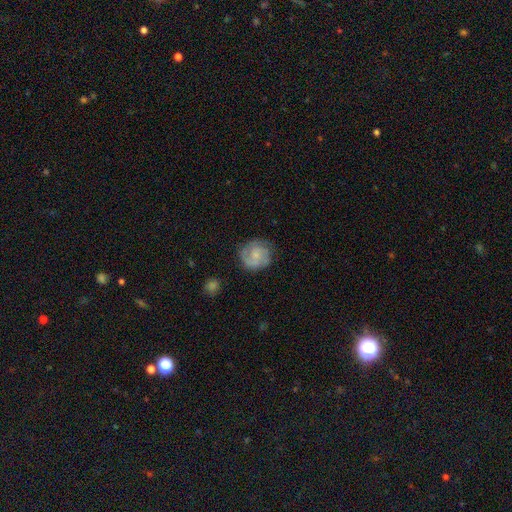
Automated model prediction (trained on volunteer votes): Smooth or featured? Predicted: featured or disk (p=0.60). Edge-on disk? Predicted: no (p=0.98). Bar? Predicted: no (p=0.64). Spiral arms? Predicted: yes (p=0.90). Spiral winding? Predicted: tight (p=0.48). Spiral arm count? Predicted: 2 (p=0.52). Bulge size? Predicted: small (p=0.45). Merging? Predicted: none (p=0.75).